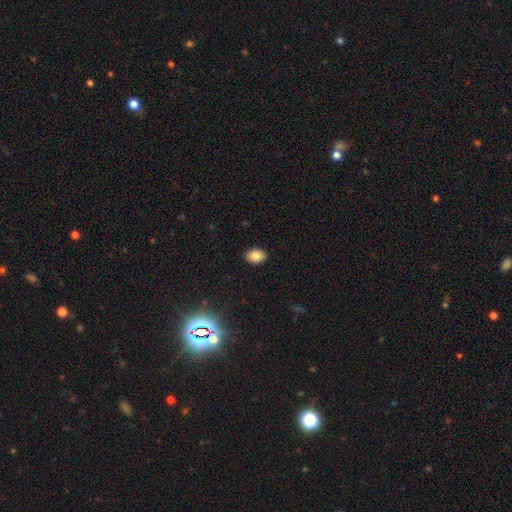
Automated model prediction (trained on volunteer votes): The model was most divided on "how rounded": in between: 75%, round: 24%, cigar-shaped: 1%. More confident: merging — none (90%); smooth or featured — smooth (84%).